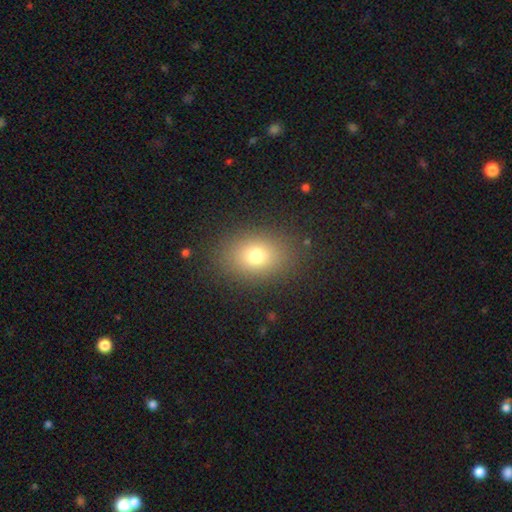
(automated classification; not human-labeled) Smooth or featured: smooth — 75% (star or artifact — 13%)
How rounded: in between — 67% (round — 32%)
Merging: none — 86% (minor disturbance — 9%)